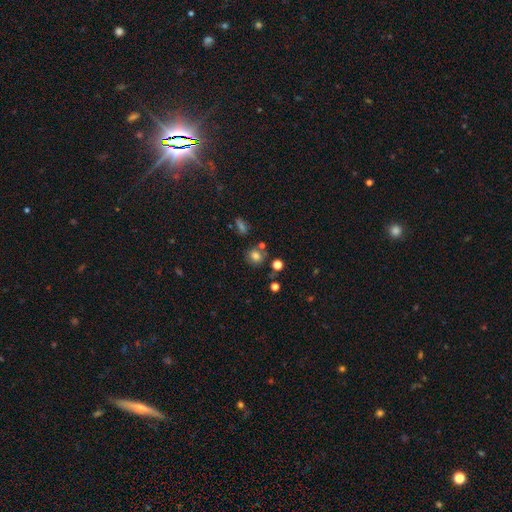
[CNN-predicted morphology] Q: Smooth or featured?
A: smooth (75%); runner-up: star or artifact (15%)
Q: How rounded?
A: round (79%); runner-up: in between (20%)
Q: Merging?
A: none (70%); runner-up: minor disturbance (14%)